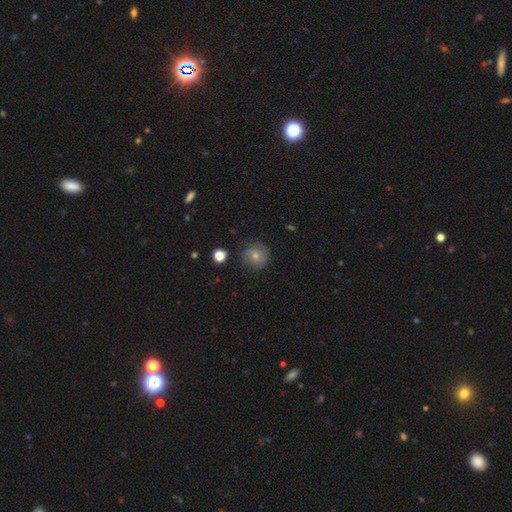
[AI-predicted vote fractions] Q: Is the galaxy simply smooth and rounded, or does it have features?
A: smooth — 72%.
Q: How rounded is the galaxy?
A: round — 91%.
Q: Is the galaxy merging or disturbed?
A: none — 76%.